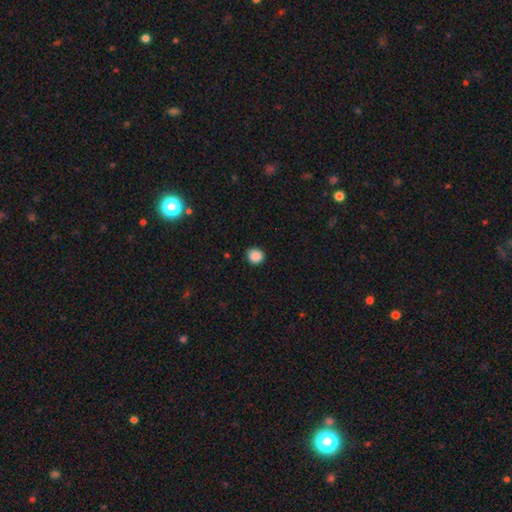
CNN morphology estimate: Q: Smooth or featured?
A: smooth (87%); runner-up: star or artifact (10%)
Q: How rounded?
A: round (87%); runner-up: in between (12%)
Q: Merging?
A: none (90%); runner-up: minor disturbance (7%)